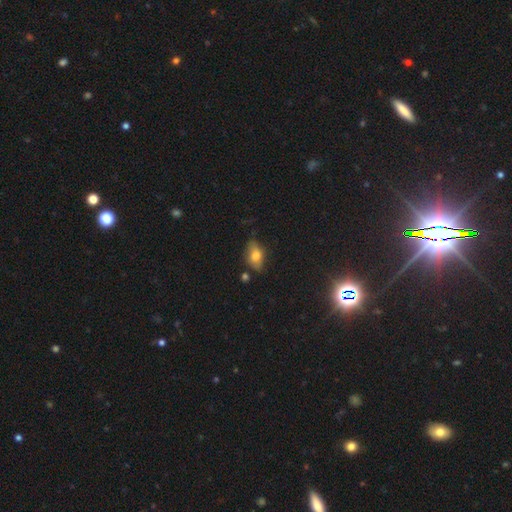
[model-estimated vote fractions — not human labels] Smooth or featured? smooth (70%)
How rounded? in between (86%)
Merging? none (70%)